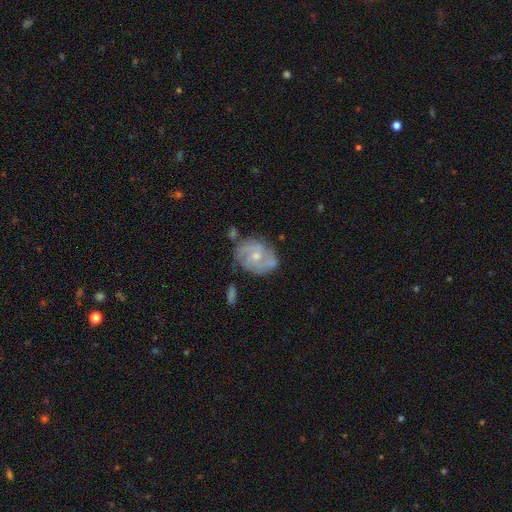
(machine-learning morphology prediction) Overall: featured or disk (78%). Edge-on disk: no (97%). Bar: no (60%; weak 34%). Spiral arms: yes (90%). Spiral arm count: 2 (40%; can't tell 25%). Spiral winding: tight (47%; medium 40%). Bulge size: small (57%; moderate 39%). Merging: none (64%).